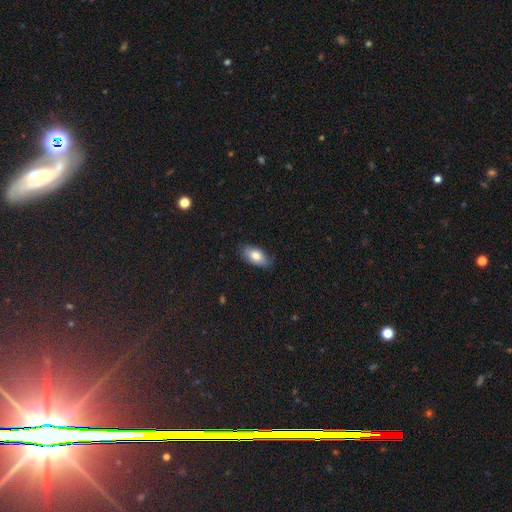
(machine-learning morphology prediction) This is likely a smooth galaxy (79%). How rounded: clearly in between (91%). Merging: clearly none (82%).